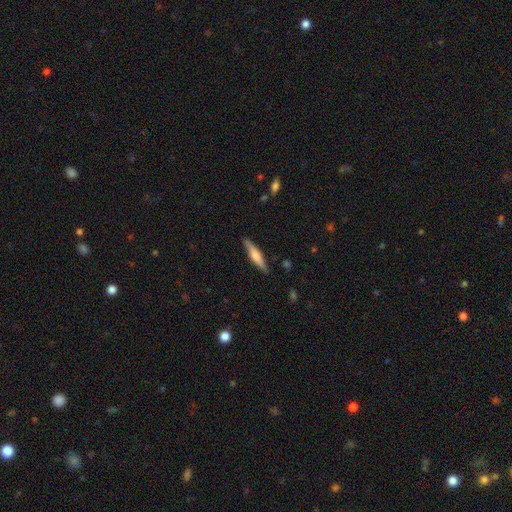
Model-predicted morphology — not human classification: A smooth galaxy with no disk features (52%) that is cigar-shaped (84%).

Vote fractions:
- Smooth or featured? smooth: 52% / featured or disk: 42% / star or artifact: 6%
- How rounded? cigar-shaped: 84% / in between: 14% / round: 2%
- Merging? none: 87% / minor disturbance: 10% / major disturbance: 2% / merger: 1%